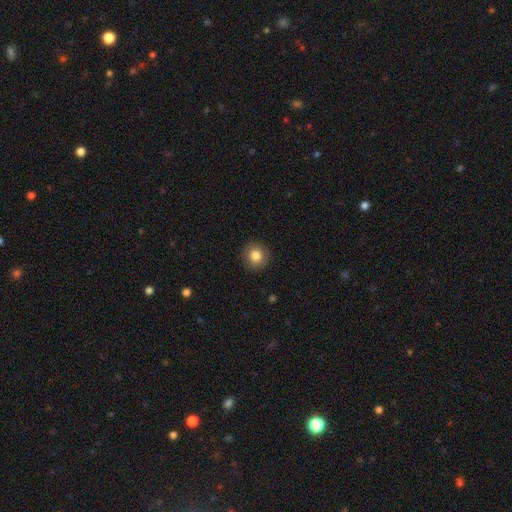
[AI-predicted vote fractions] Smooth or featured? smooth (83%)
How rounded? round (93%)
Merging? none (91%)